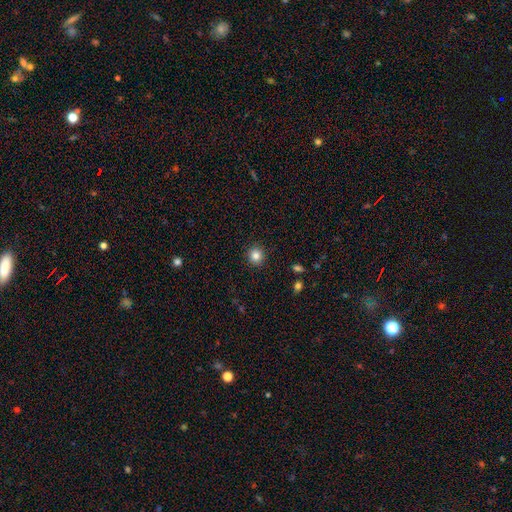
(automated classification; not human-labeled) This appears to be a smooth galaxy with no disk features (84%) that is round (90%). Merging: none (91%).